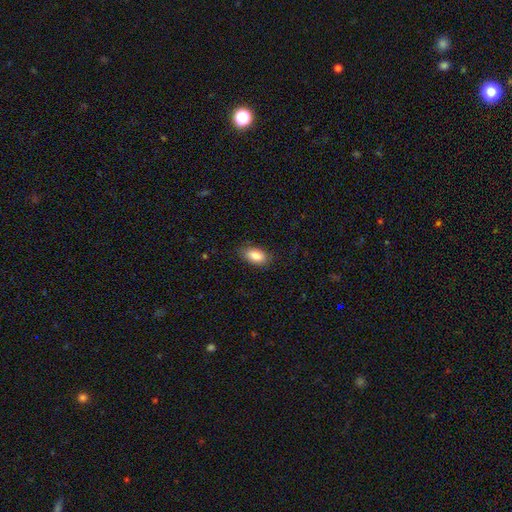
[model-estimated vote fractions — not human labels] smooth_or_featured: smooth (p=0.86) [alt: star or artifact p=0.07]
how_rounded: in between (p=0.92) [alt: round p=0.05]
merging: none (p=0.83) [alt: minor disturbance p=0.13]